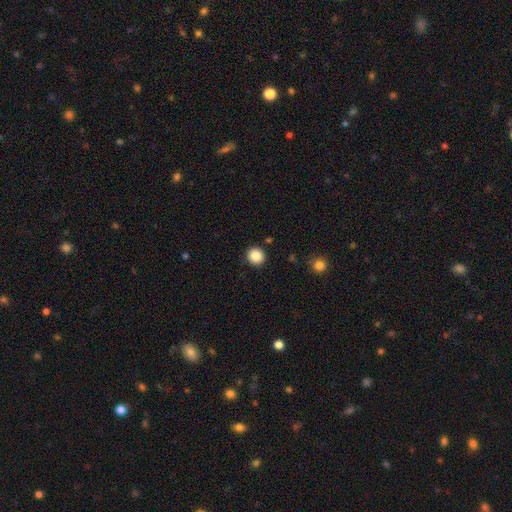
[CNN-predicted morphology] Smooth or featured?
  - smooth: 85% *
  - star or artifact: 10%
  - featured or disk: 4%
How rounded?
  - round: 94% *
  - in between: 5%
  - cigar-shaped: 1%
Merging?
  - none: 91% *
  - minor disturbance: 5%
  - major disturbance: 2%
  - merger: 2%